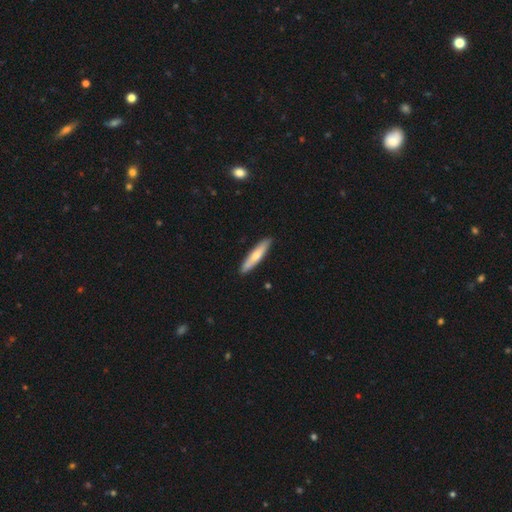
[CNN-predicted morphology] Smooth or featured? smooth (65%)
How rounded? cigar-shaped (86%)
Merging? none (90%)